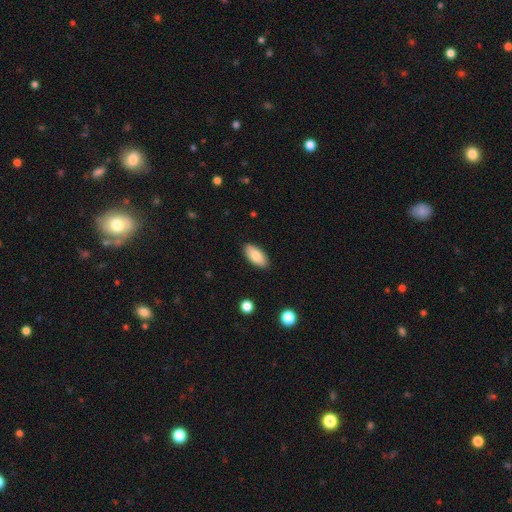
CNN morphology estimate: The model was most divided on "smooth or featured": smooth: 84%, featured or disk: 10%, star or artifact: 6%. More confident: how rounded — in between (91%); merging — none (88%).